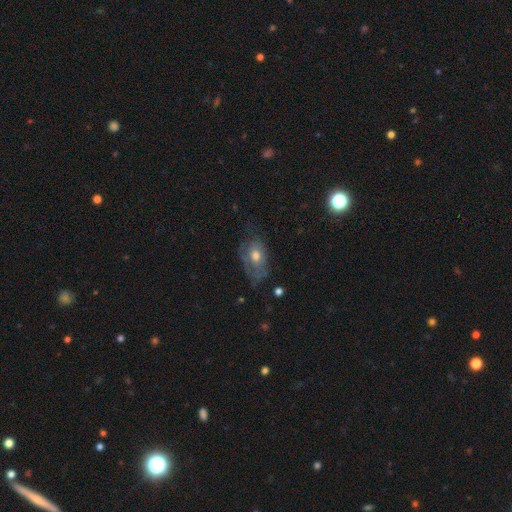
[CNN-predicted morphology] Smooth or featured?
  - featured or disk: 48% *
  - smooth: 42%
  - star or artifact: 10%
Merging?
  - none: 46% *
  - minor disturbance: 29%
  - major disturbance: 23%
  - merger: 2%